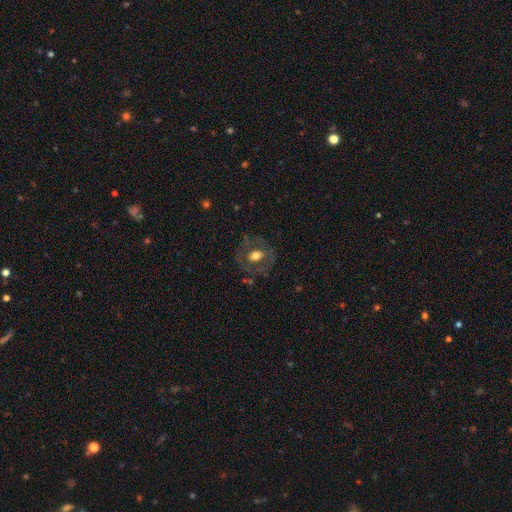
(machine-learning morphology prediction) A featured or disk galaxy (48%).

Vote fractions:
- Smooth or featured? featured or disk: 48% / smooth: 44% / star or artifact: 8%
- Merging? none: 74% / minor disturbance: 15% / major disturbance: 9% / merger: 2%